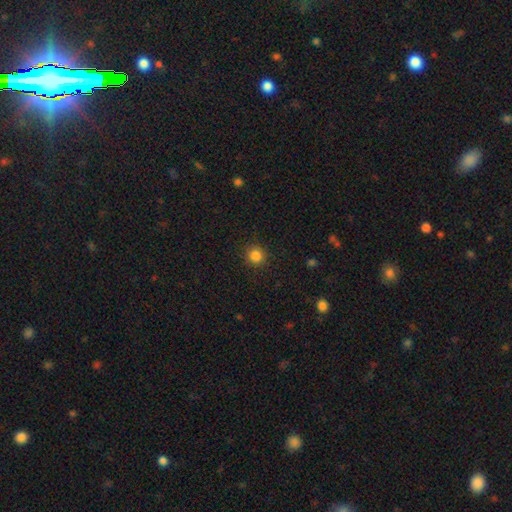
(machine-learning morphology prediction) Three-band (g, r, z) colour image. It shows a smooth galaxy with no disk features (85%) that is round (93%). Merging: none (91%).